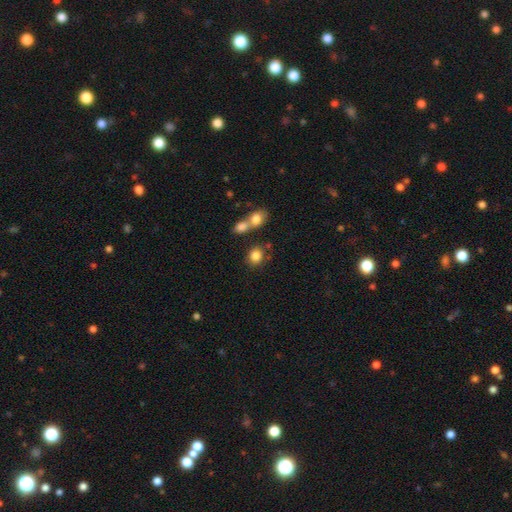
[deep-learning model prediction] A smooth galaxy with no disk features (83%) that is round (70%). Merging: none (64%).